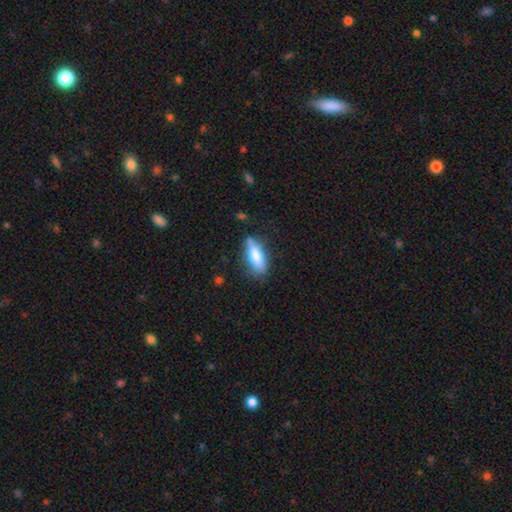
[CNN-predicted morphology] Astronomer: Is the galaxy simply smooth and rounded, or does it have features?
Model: smooth — 78%.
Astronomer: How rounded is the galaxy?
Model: in between — 68%.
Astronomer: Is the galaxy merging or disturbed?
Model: none — 67%.